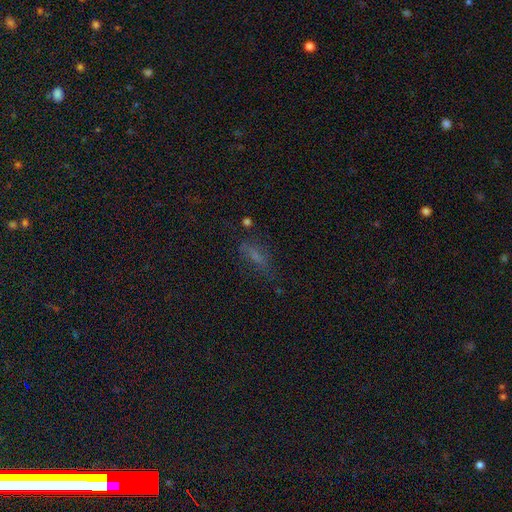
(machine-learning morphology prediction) Smooth or featured? Predicted: smooth (p=0.49). Merging? Predicted: none (p=0.62).